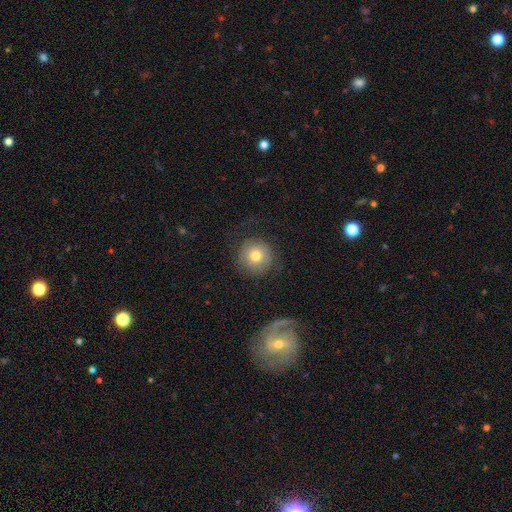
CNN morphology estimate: Smooth or featured? Predicted: smooth (p=0.66). How rounded? Predicted: round (p=0.94). Merging? Predicted: none (p=0.74).